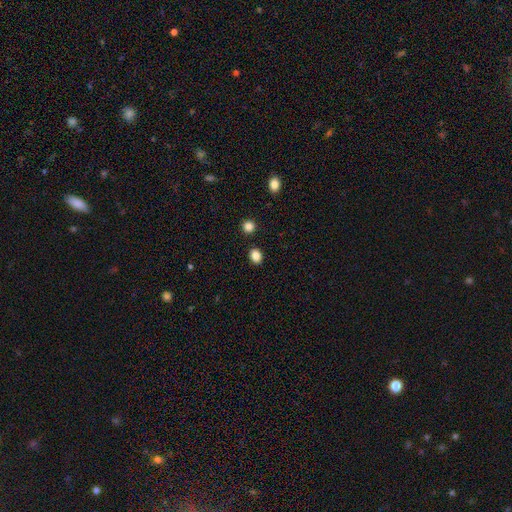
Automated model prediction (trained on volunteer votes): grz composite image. It shows a smooth galaxy with no disk features (85%) that is round (50%). Merging: none (88%).